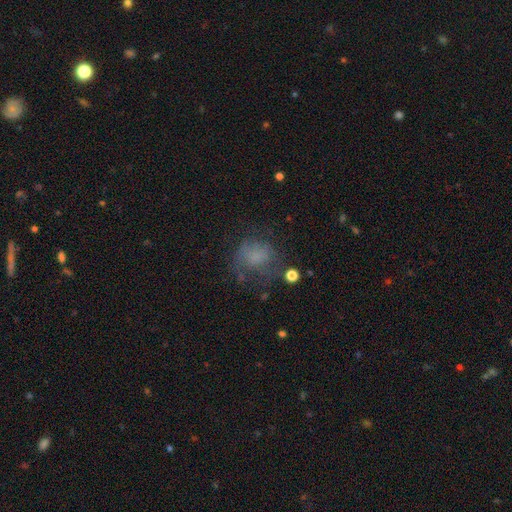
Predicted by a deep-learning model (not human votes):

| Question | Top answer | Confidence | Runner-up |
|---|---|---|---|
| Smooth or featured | smooth | 57% | featured or disk (25%) |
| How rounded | round | 64% | in between (35%) |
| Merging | none | 50% | major disturbance (25%) |